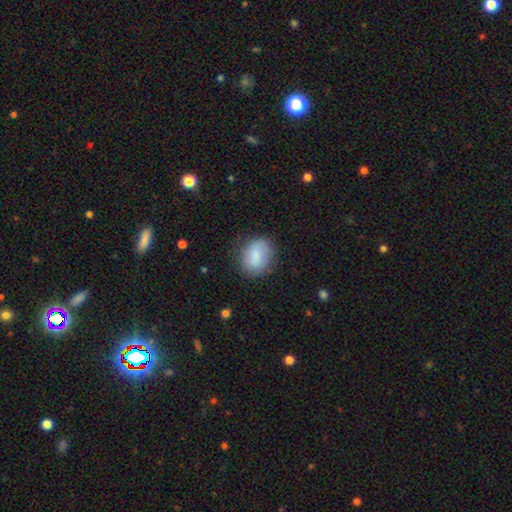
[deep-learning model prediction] Overall: smooth (82%). How rounded: in between (60%; round 39%). Merging: none (76%).